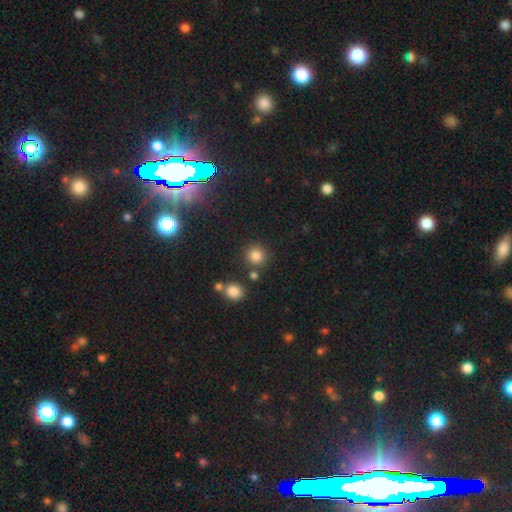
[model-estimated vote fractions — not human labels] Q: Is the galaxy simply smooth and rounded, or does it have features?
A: smooth — 81%.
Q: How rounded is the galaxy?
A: round — 92%.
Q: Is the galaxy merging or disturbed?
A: none — 81%.